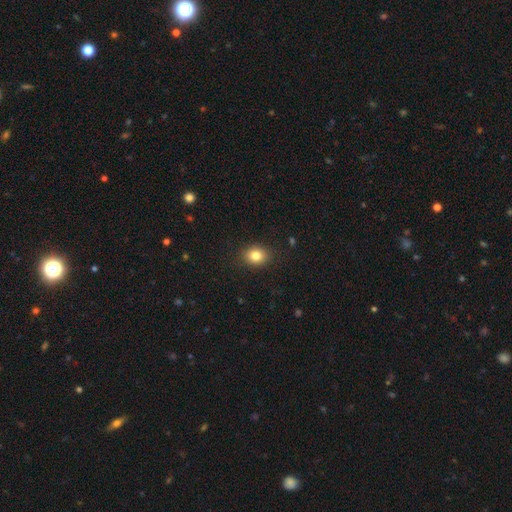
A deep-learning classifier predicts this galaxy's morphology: This is clearly a smooth galaxy (82%). How rounded: possibly round (54%). Merging: clearly none (88%).